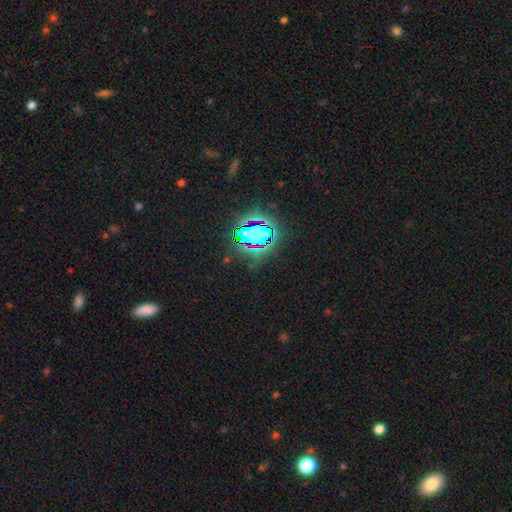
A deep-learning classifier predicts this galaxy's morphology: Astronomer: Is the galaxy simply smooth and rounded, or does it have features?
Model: star or artifact — 79%.